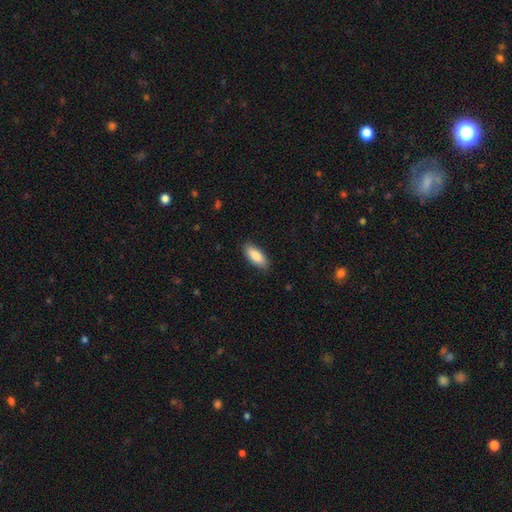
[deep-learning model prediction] Overall: smooth (86%). How rounded: in between (78%). Merging: none (87%).